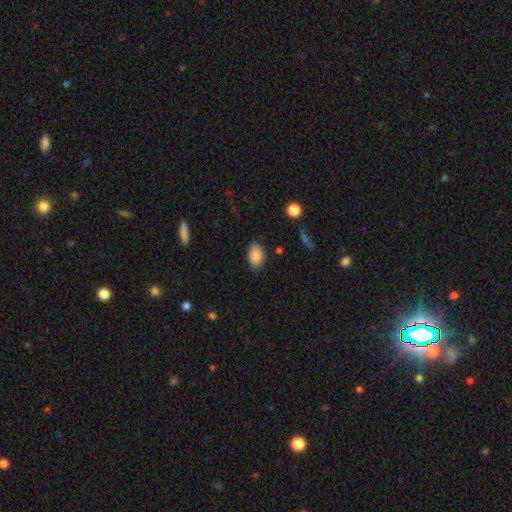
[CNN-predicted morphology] type=smooth (86%); roundness=in between (85%); merging=none (81%).